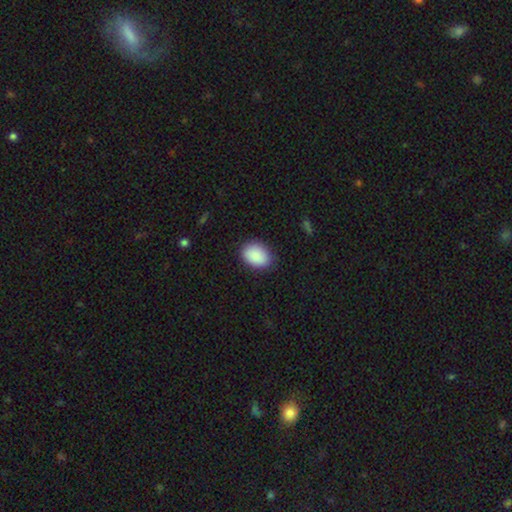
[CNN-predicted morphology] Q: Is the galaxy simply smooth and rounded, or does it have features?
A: smooth — 89%.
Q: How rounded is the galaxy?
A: in between — 74%.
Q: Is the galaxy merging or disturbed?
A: none — 84%.